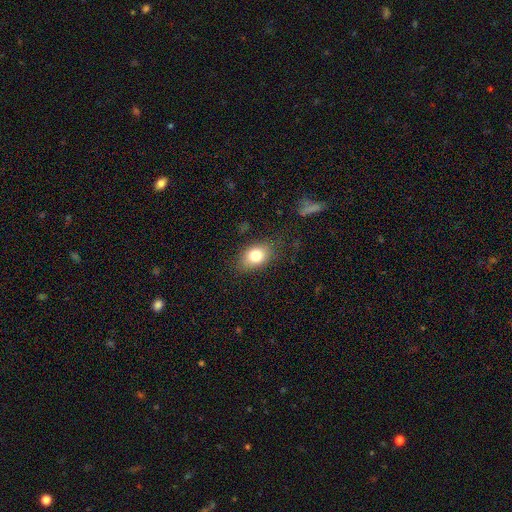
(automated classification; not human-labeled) Smooth or featured? smooth (79%)
How rounded? in between (78%)
Merging? none (78%)